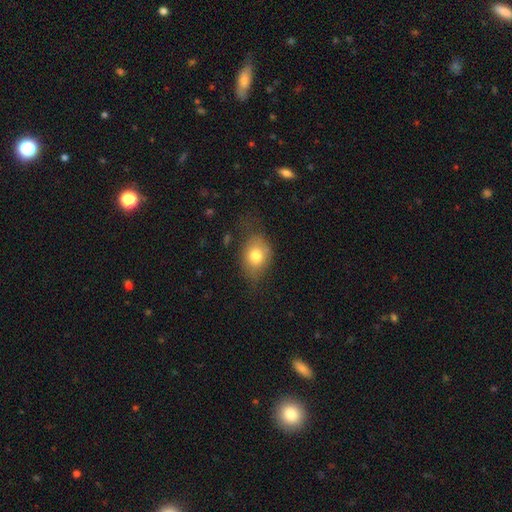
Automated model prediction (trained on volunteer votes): smooth_or_featured: smooth (p=0.75) [alt: featured or disk p=0.16]
how_rounded: in between (p=0.66) [alt: round p=0.33]
merging: none (p=0.56) [alt: minor disturbance p=0.29]